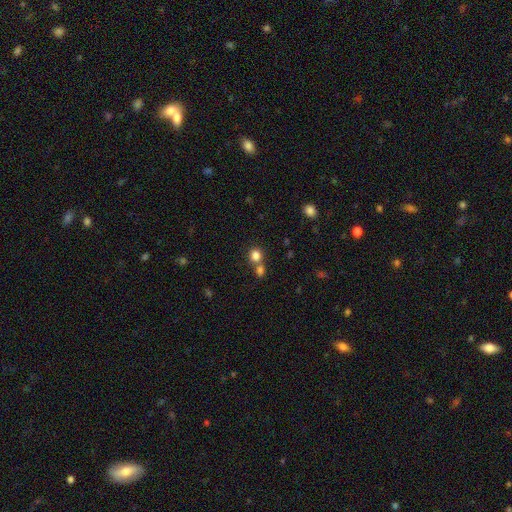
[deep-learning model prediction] smooth-or-featured: smooth: 81% | star or artifact: 12% | featured or disk: 6%
  how-rounded: round: 84% | in between: 15% | cigar-shaped: 1%
  merging: none: 54% | merger: 36% | minor disturbance: 7% | major disturbance: 3%